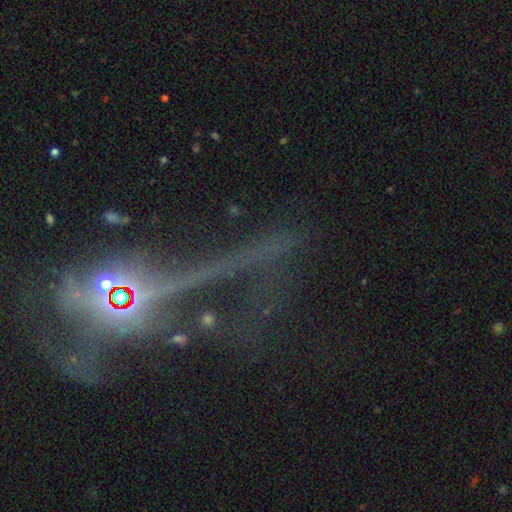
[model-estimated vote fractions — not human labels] Smooth or featured?
  - star or artifact: 69% *
  - featured or disk: 19%
  - smooth: 12%